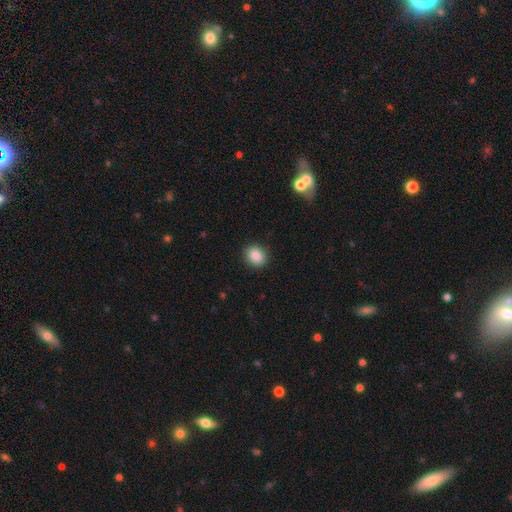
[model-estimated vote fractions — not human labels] A smooth galaxy with no disk features (87%) that is round (59%). Merging: none (90%).